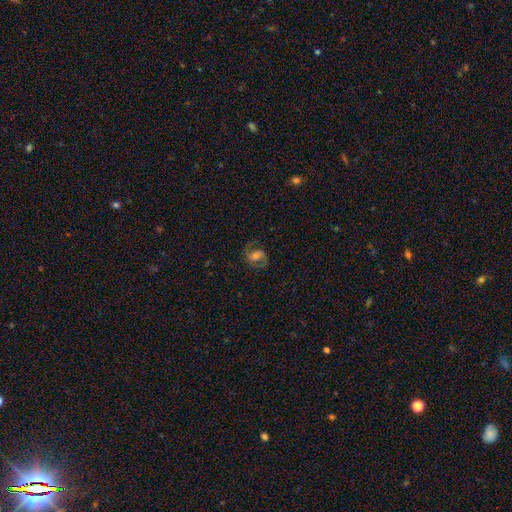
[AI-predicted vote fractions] The model was most divided on "bar": weak: 45%, no: 38%, strong: 17%. Remaining: edge-on disk — no (97%); spiral arms — yes (93%); spiral arm count — 2 (89%); merging — none (77%); smooth or featured — featured or disk (71%); spiral winding — medium (55%); bulge size — moderate (50%).